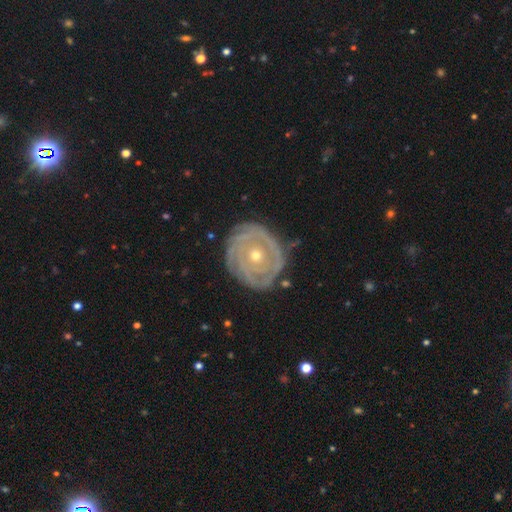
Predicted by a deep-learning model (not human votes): smooth_or_featured: featured or disk (p=0.85) [alt: smooth p=0.10]
disk_edge_on: no (p=0.97) [alt: yes p=0.03]
bar: no (p=0.82) [alt: weak p=0.13]
has_spiral_arms: yes (p=0.92) [alt: no p=0.08]
spiral_winding: tight (p=0.86) [alt: medium p=0.11]
spiral_arm_count: can't tell (p=0.34) [alt: 3 p=0.20]
bulge_size: small (p=0.55) [alt: moderate p=0.42]
merging: none (p=0.78) [alt: minor disturbance p=0.15]